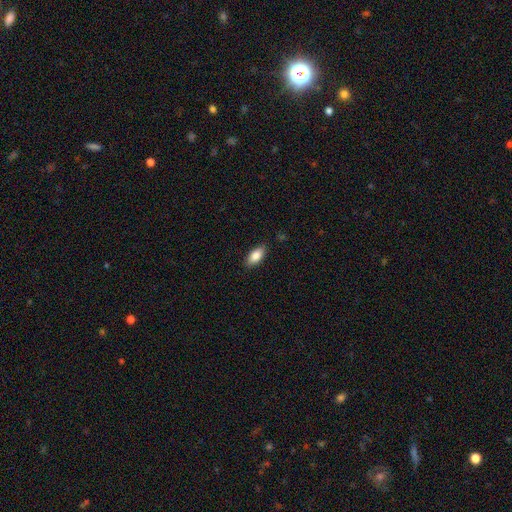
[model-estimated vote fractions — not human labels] Smooth or featured? Predicted: smooth (p=0.85). How rounded? Predicted: in between (p=0.89). Merging? Predicted: none (p=0.87).